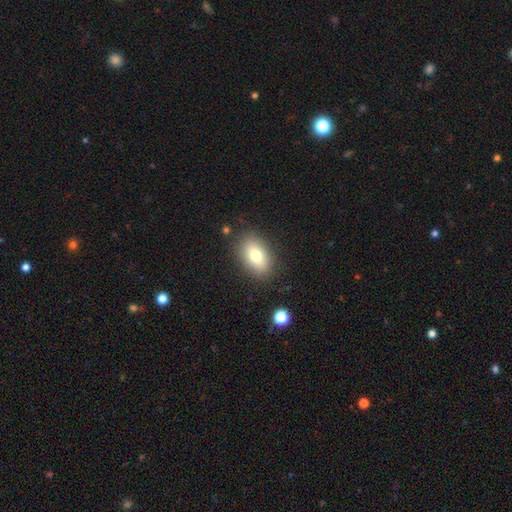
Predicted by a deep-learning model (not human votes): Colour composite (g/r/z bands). It shows a smooth galaxy with no disk features (76%) that is in between round and cigar-shaped (87%). Merging: none (85%).